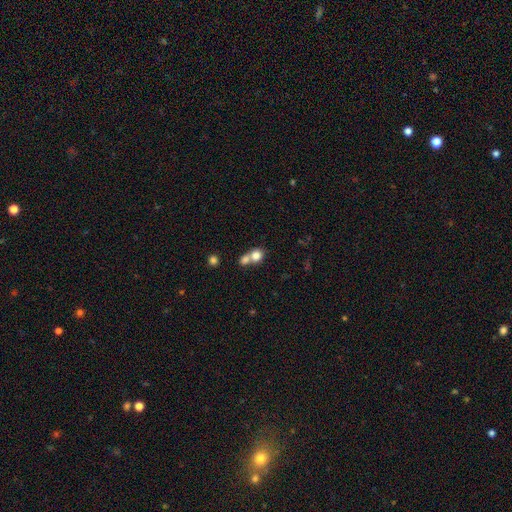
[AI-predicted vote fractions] smooth-or-featured: smooth: 78% | featured or disk: 12% | star or artifact: 10%
  how-rounded: round: 73% | in between: 26% | cigar-shaped: 1%
  merging: merger: 60% | none: 31% | minor disturbance: 6% | major disturbance: 3%